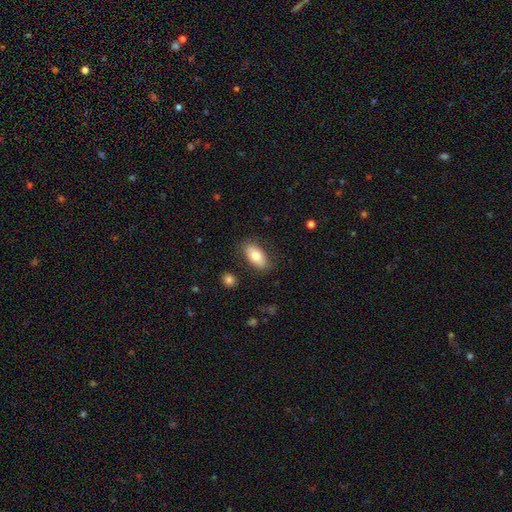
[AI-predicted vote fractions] Smooth or featured?
  - smooth: 78% *
  - featured or disk: 15%
  - star or artifact: 7%
How rounded?
  - in between: 91% *
  - cigar-shaped: 6%
  - round: 3%
Merging?
  - none: 83% *
  - minor disturbance: 12%
  - major disturbance: 3%
  - merger: 2%